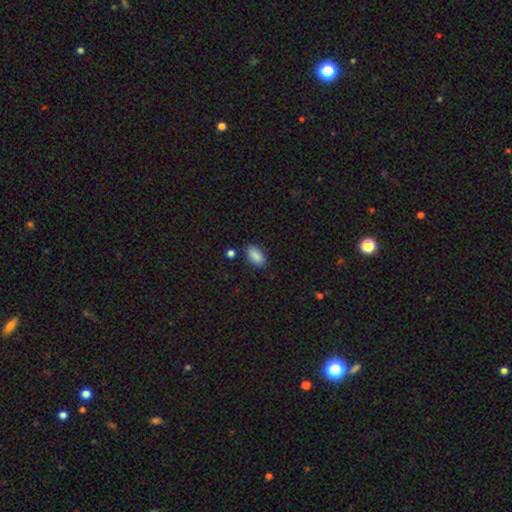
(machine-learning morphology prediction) Overall: smooth (89%). How rounded: in between (92%). Merging: none (83%).